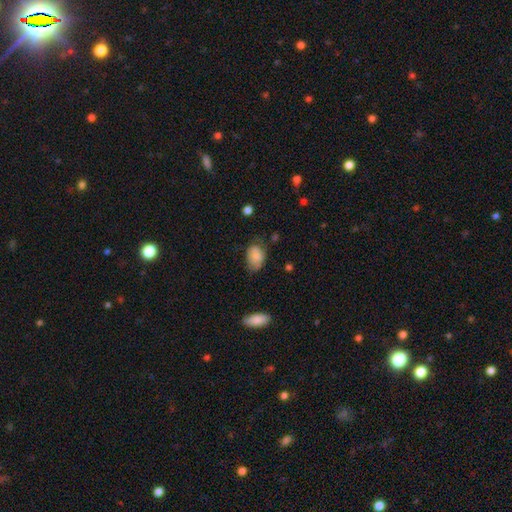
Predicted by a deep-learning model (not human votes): Smooth or featured? Predicted: smooth (p=0.81). How rounded? Predicted: in between (p=0.83). Merging? Predicted: none (p=0.54).